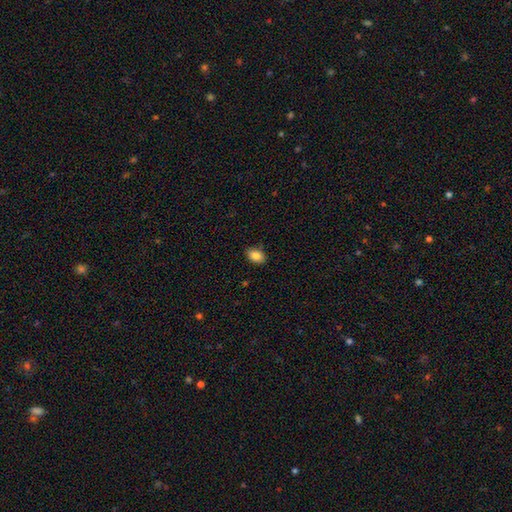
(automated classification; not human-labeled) smooth 84%, star or artifact 8%, featured or disk 7%. Down the decision tree: how rounded — in between (83%); merging — none (87%).